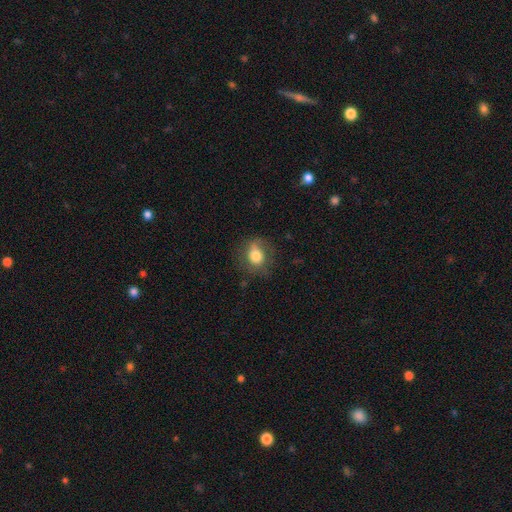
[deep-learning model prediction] A smooth galaxy with no disk features (72%) that is round (60%).

Vote fractions:
- Smooth or featured? smooth: 72% / featured or disk: 18% / star or artifact: 9%
- How rounded? round: 60% / in between: 39% / cigar-shaped: 1%
- Merging? none: 65% / minor disturbance: 23% / major disturbance: 11% / merger: 2%